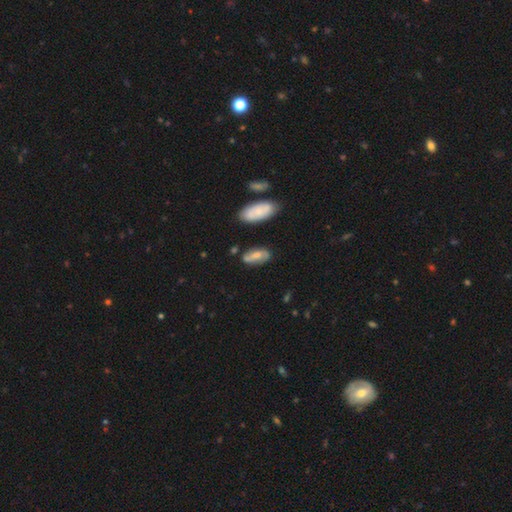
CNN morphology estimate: The model was most divided on "smooth or featured": smooth: 49%, featured or disk: 42%, star or artifact: 9%. More confident: merging — none (73%).